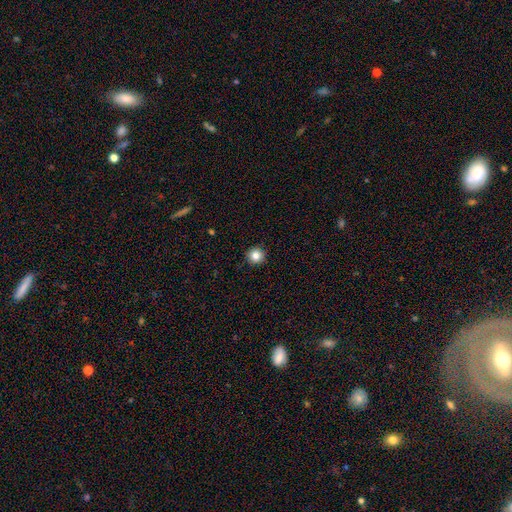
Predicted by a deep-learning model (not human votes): Smooth or featured? Predicted: smooth (p=0.83). How rounded? Predicted: round (p=0.95). Merging? Predicted: none (p=0.92).